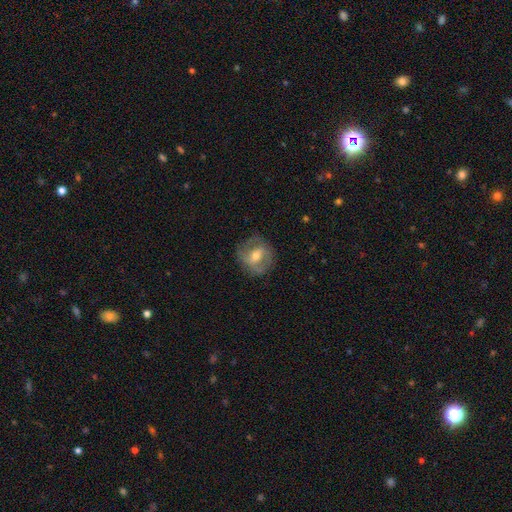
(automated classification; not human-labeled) smooth-or-featured: featured or disk: 57% | smooth: 35% | star or artifact: 7%
  disk-edge-on: no: 95% | yes: 5%
    bar: weak: 43% | no: 29% | strong: 28%
    has-spiral-arms: yes: 62% | no: 38%
    bulge-size: moderate: 61% | small: 33% | large: 4% | none: 1% | dominant: 1%
  merging: none: 71% | minor disturbance: 18% | major disturbance: 10% | merger: 1%